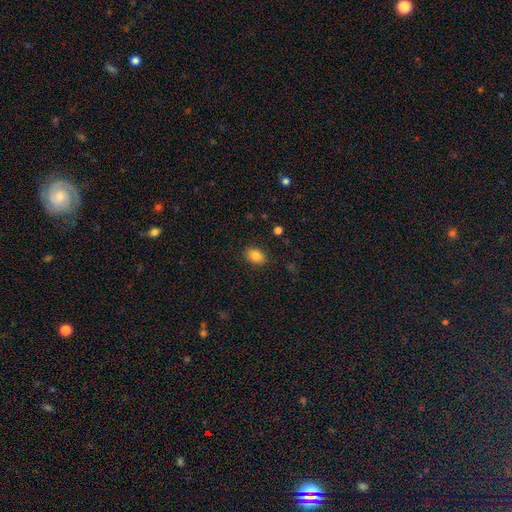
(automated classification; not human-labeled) The model was most divided on "how rounded": in between: 79%, round: 19%, cigar-shaped: 1%. More confident: merging — none (88%); smooth or featured — smooth (84%).